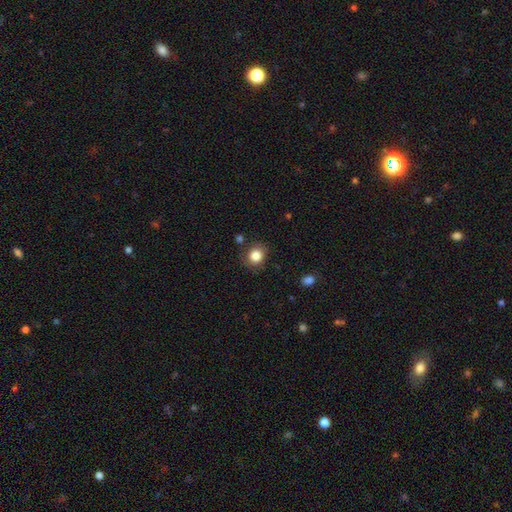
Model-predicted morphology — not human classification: type=smooth (85%); roundness=round (81%); merging=none (81%).